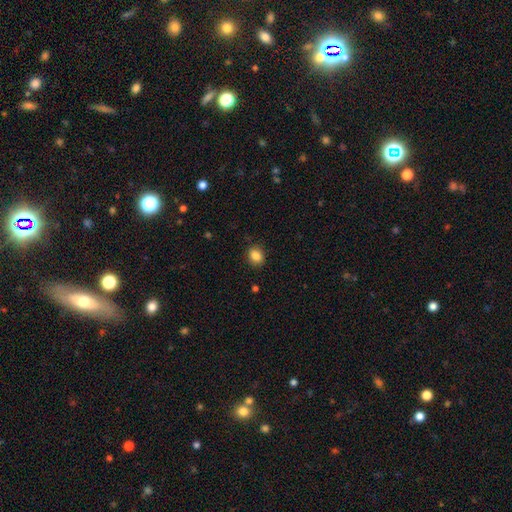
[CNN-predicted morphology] The model was most divided on "how rounded": in between: 53%, round: 46%, cigar-shaped: 1%. More confident: smooth or featured — smooth (87%); merging — none (86%).